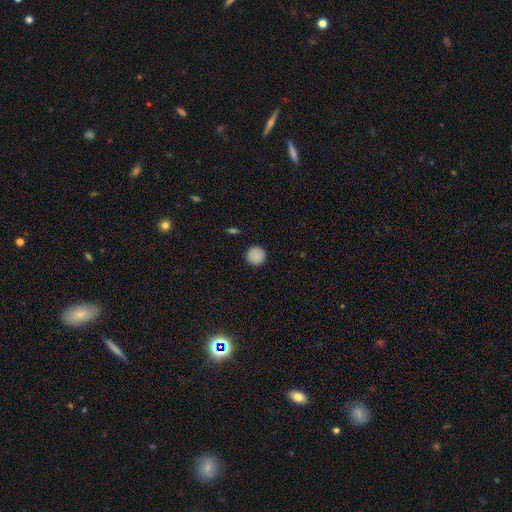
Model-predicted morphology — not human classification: A smooth galaxy with no disk features (88%) that is round (96%). Merging: none (91%).